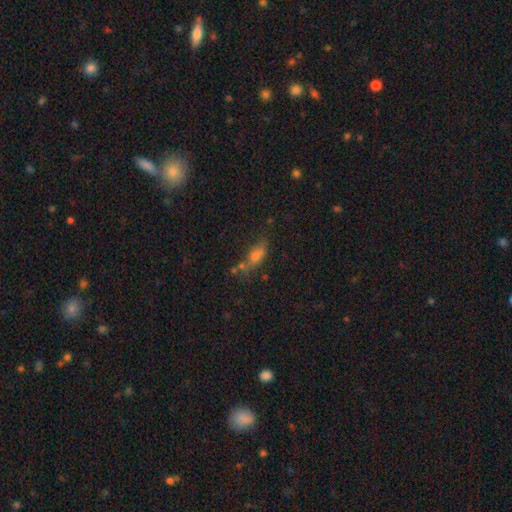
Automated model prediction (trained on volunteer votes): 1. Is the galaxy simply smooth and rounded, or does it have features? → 51% smooth, 31% featured or disk, 18% star or artifact.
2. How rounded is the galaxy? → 57% in between, 33% cigar-shaped, 9% round.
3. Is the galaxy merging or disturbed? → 53% none, 21% minor disturbance, 16% merger, 10% major disturbance.